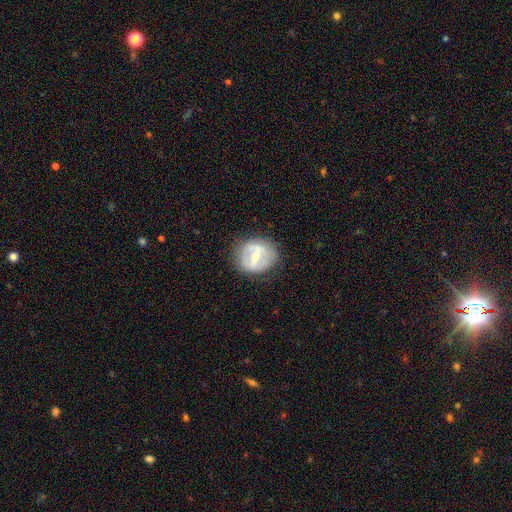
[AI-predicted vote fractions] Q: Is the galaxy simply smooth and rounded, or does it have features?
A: featured or disk — 62%.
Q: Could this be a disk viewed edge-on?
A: no — 94%.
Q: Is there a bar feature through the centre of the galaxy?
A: strong — 60%.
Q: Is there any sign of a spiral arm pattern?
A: no — 67%.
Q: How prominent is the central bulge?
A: small — 45%.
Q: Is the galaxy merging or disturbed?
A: none — 73%.